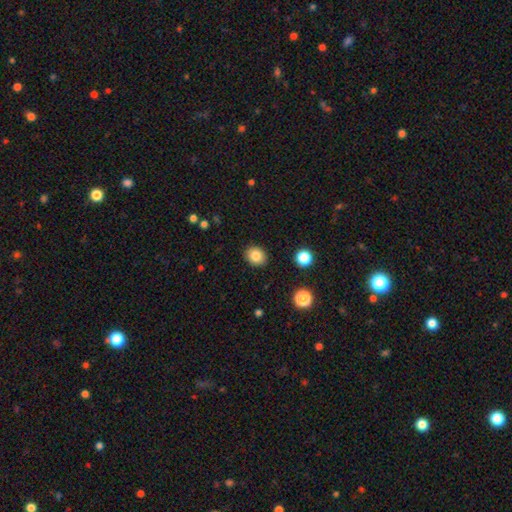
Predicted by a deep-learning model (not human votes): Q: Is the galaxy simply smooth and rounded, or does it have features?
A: smooth — 84%.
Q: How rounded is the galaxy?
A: round — 61%.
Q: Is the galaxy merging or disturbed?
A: none — 89%.